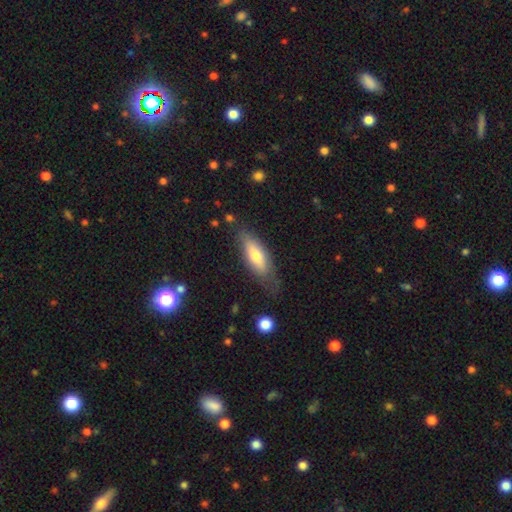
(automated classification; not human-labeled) Smooth or featured: smooth — 64% (featured or disk — 29%)
How rounded: in between — 60% (cigar-shaped — 38%)
Merging: none — 67% (minor disturbance — 23%)